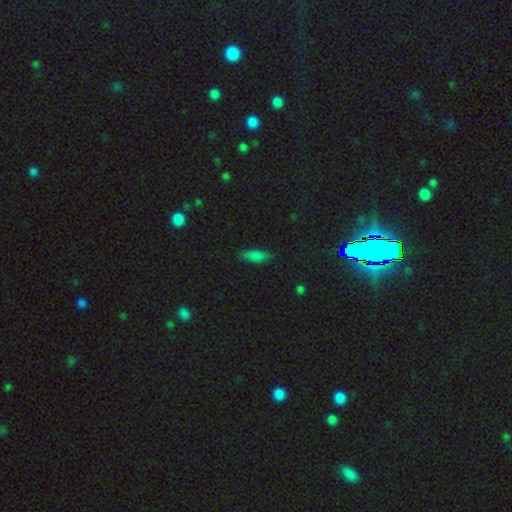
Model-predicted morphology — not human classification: This is likely a smooth galaxy (76%). How rounded: possibly in between (58%). Merging: clearly none (82%).